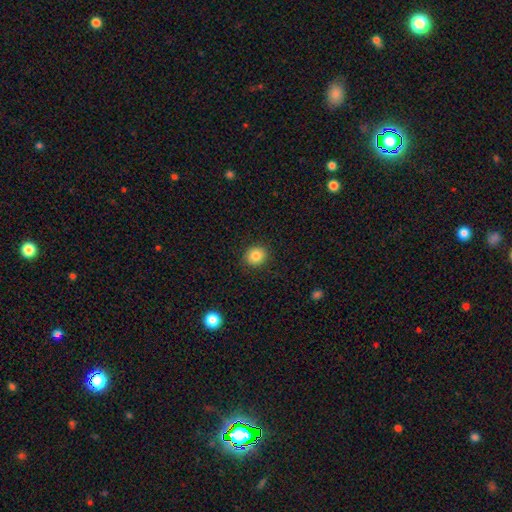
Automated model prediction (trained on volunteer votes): Morphology: type=smooth (84%); roundness=round (80%); merging=none (90%).